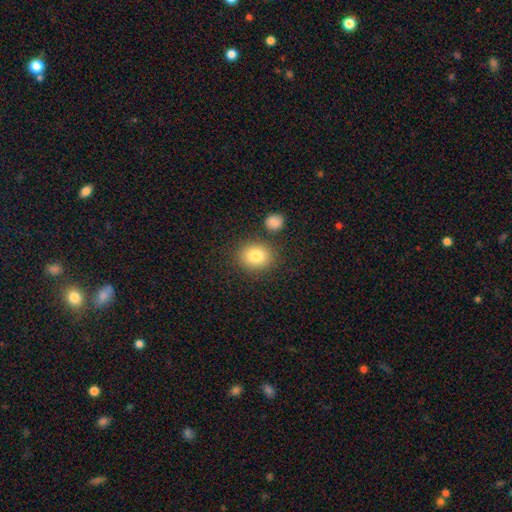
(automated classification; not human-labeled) smooth-or-featured: smooth: 82% | star or artifact: 9% | featured or disk: 8%
  how-rounded: round: 63% | in between: 36% | cigar-shaped: 1%
  merging: none: 81% | minor disturbance: 10% | merger: 6% | major disturbance: 3%